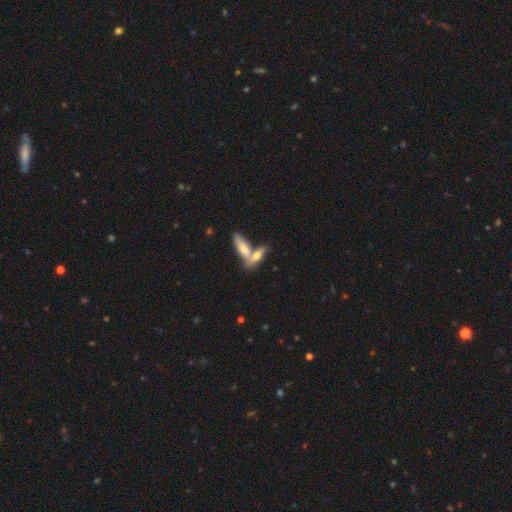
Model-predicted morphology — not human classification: Smooth or featured? smooth (66%)
How rounded? in between (57%)
Merging? merger (55%)